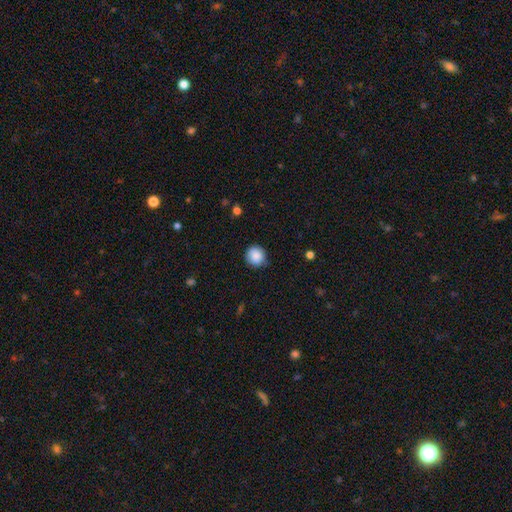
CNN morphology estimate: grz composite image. It shows a smooth galaxy with no disk features (87%) that is round (92%). Merging: none (78%).